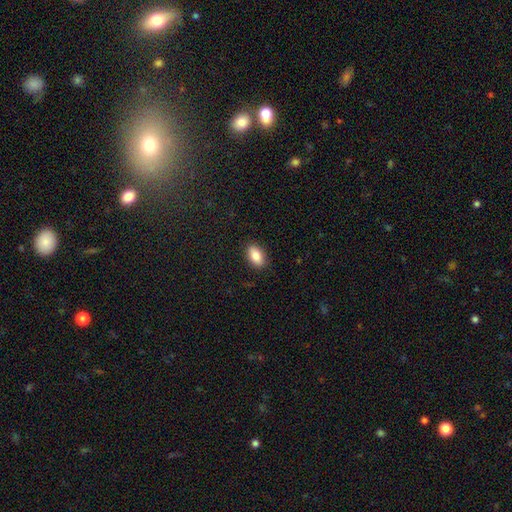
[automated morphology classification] Smooth or featured? smooth (86%)
How rounded? in between (91%)
Merging? none (88%)